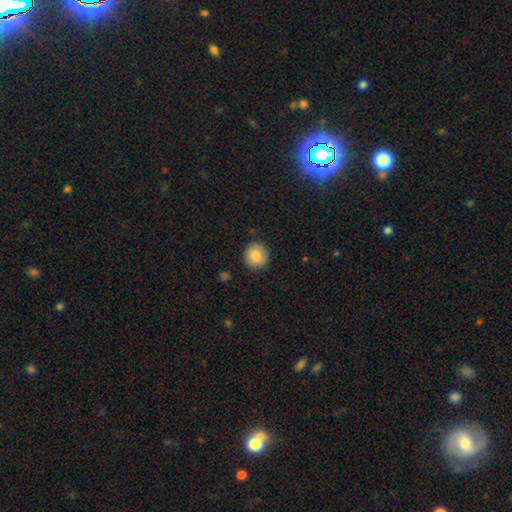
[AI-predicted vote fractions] smooth 85%, star or artifact 8%, featured or disk 7%. Down the decision tree: how rounded — round (88%); merging — none (87%).